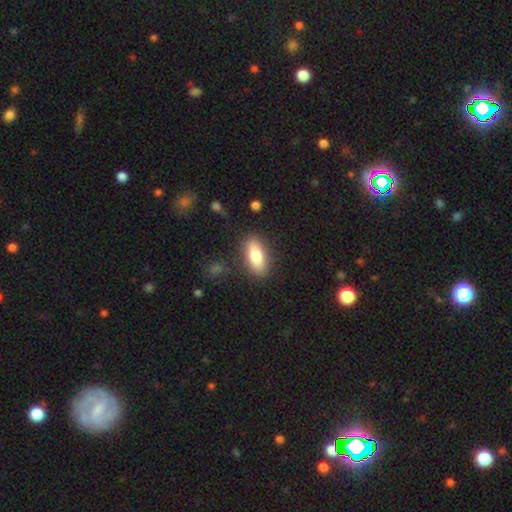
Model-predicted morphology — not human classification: Smooth or featured?
  - smooth: 77% *
  - featured or disk: 16%
  - star or artifact: 6%
How rounded?
  - in between: 75% *
  - cigar-shaped: 23%
  - round: 3%
Merging?
  - none: 84% *
  - minor disturbance: 10%
  - major disturbance: 3%
  - merger: 2%